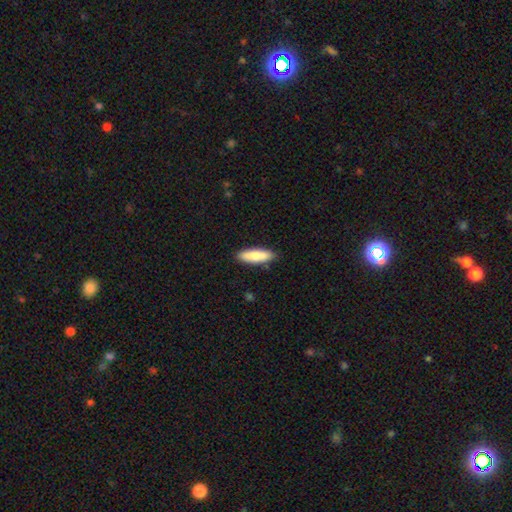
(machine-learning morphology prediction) smooth_or_featured: smooth (p=0.84) [alt: featured or disk p=0.10]
how_rounded: cigar-shaped (p=0.55) [alt: in between p=0.43]
merging: none (p=0.87) [alt: minor disturbance p=0.10]